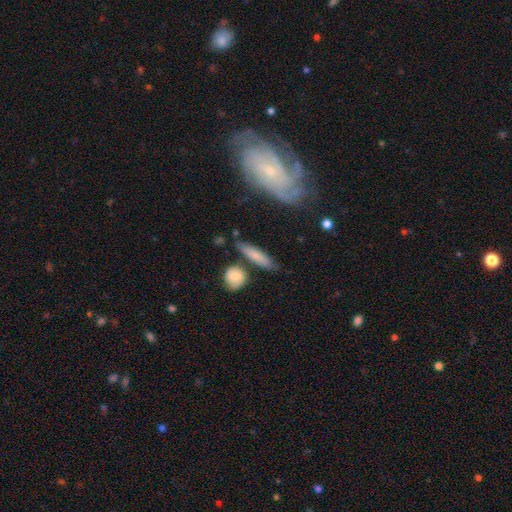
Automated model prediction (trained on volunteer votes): A smooth galaxy with no disk features (68%) that is cigar-shaped (75%). Merging: none (73%).